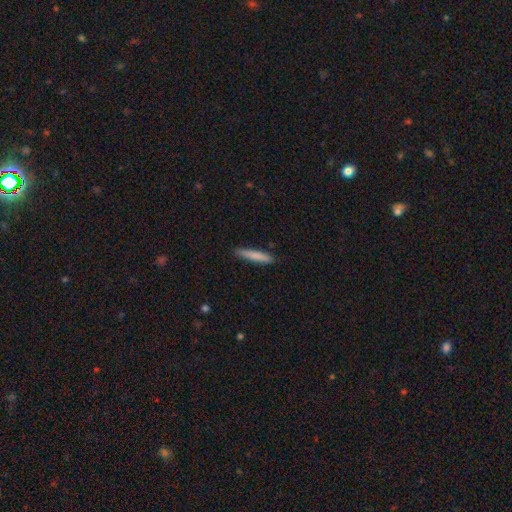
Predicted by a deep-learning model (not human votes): smooth_or_featured: smooth (p=0.81) [alt: featured or disk p=0.14]
how_rounded: cigar-shaped (p=0.93) [alt: in between p=0.06]
merging: none (p=0.88) [alt: minor disturbance p=0.09]